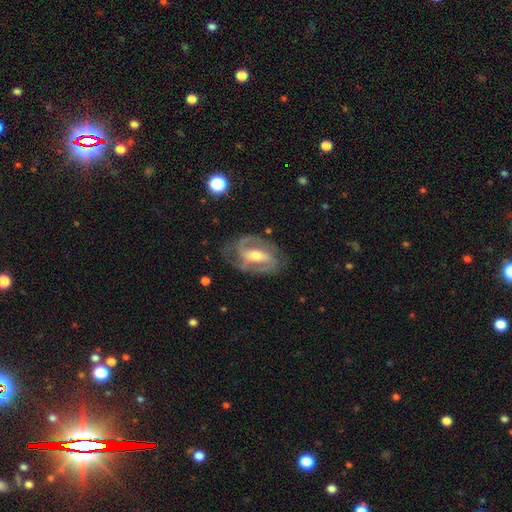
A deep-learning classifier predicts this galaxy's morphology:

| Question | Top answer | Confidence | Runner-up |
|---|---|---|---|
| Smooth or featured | featured or disk | 86% | smooth (9%) |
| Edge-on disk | no | 95% | yes (5%) |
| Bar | strong | 50% | weak (33%) |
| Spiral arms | yes | 91% | no (9%) |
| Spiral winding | medium | 49% | tight (36%) |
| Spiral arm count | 2 | 83% | can't tell (7%) |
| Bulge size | moderate | 64% | small (27%) |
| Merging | none | 73% | minor disturbance (17%) |